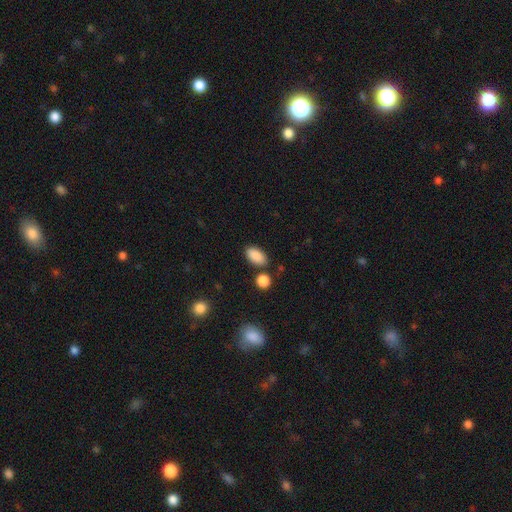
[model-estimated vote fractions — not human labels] Morphology: type=smooth (88%); roundness=in between (93%); merging=none (80%).